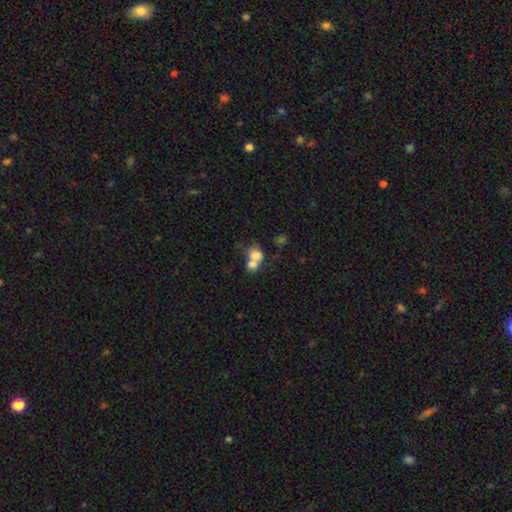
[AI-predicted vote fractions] The model was most divided on "how rounded": round: 55%, in between: 43%, cigar-shaped: 1%. More confident: smooth or featured — smooth (73%); merging — merger (68%).